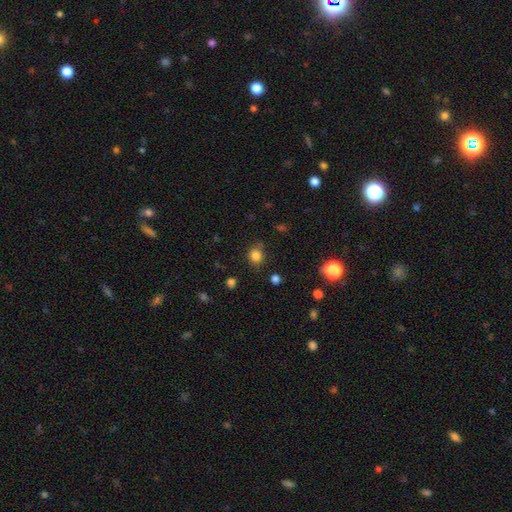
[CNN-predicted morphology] smooth-or-featured: smooth: 81% | star or artifact: 14% | featured or disk: 5%
  how-rounded: round: 79% | in between: 20% | cigar-shaped: 1%
  merging: none: 76% | minor disturbance: 14% | merger: 5% | major disturbance: 5%